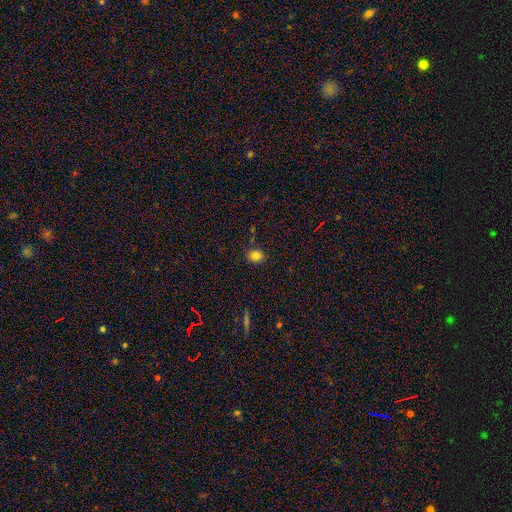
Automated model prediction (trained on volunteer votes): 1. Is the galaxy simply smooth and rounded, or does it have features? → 81% smooth, 13% star or artifact, 6% featured or disk.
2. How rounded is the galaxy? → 74% round, 25% in between, 1% cigar-shaped.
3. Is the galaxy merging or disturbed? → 82% none, 12% minor disturbance, 3% merger, 3% major disturbance.